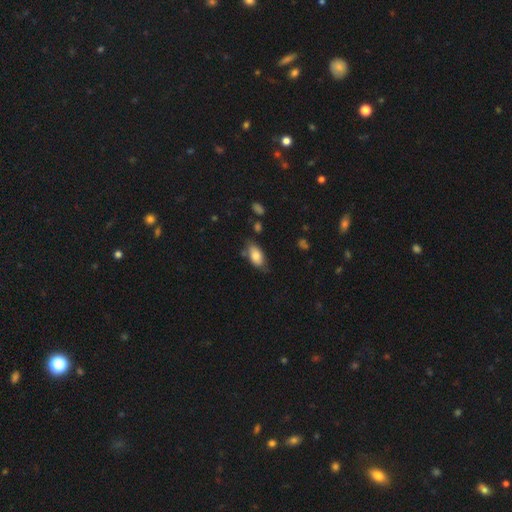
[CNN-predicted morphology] This is likely a smooth galaxy (78%). How rounded: clearly in between (92%). Merging: likely none (63%).